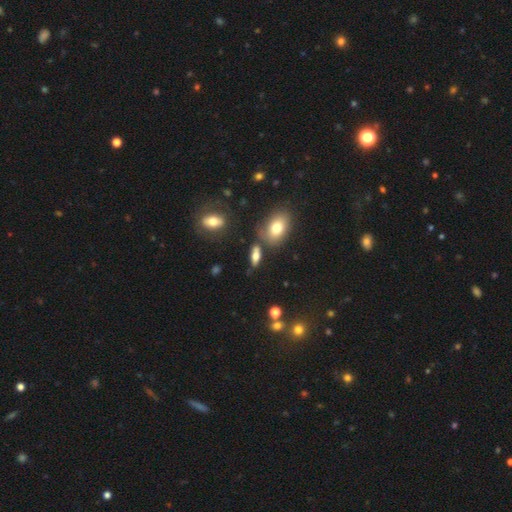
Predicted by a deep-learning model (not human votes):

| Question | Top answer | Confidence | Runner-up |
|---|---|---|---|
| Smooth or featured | smooth | 65% | featured or disk (24%) |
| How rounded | in between | 62% | cigar-shaped (30%) |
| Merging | none | 69% | minor disturbance (14%) |